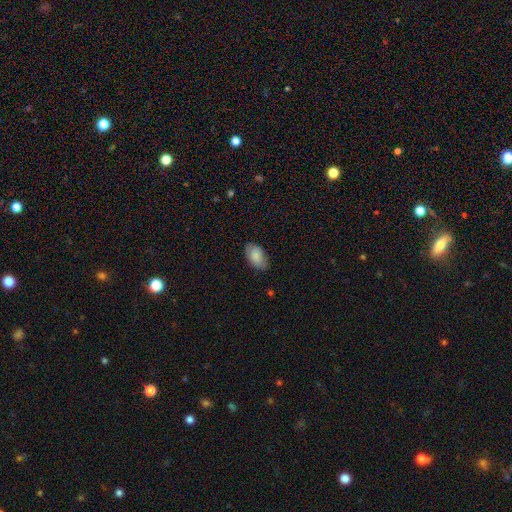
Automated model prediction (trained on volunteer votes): A smooth galaxy with no disk features (82%) that is in between round and cigar-shaped (93%).

Vote fractions:
- Smooth or featured? smooth: 82% / featured or disk: 12% / star or artifact: 6%
- How rounded? in between: 93% / round: 6% / cigar-shaped: 1%
- Merging? none: 79% / minor disturbance: 17% / major disturbance: 3% / merger: 1%